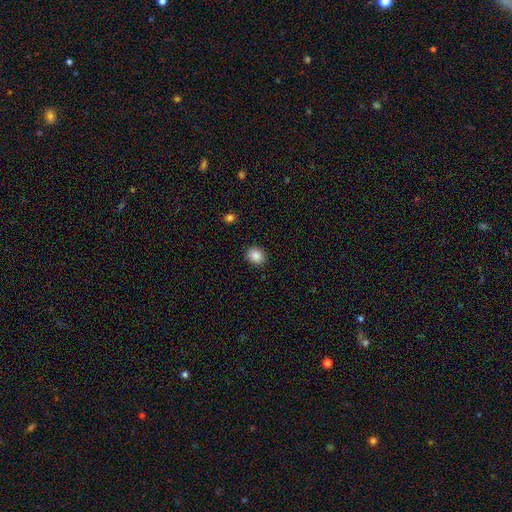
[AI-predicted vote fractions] Smooth or featured? smooth (88%)
How rounded? round (62%)
Merging? none (90%)